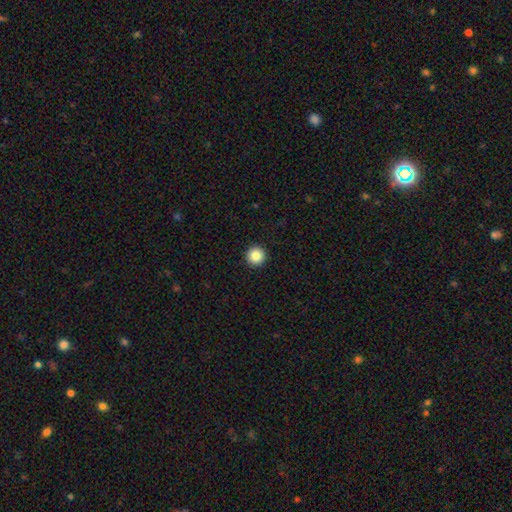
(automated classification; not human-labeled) This appears to be a smooth galaxy with no disk features (86%) that is round (97%). Merging: none (94%).